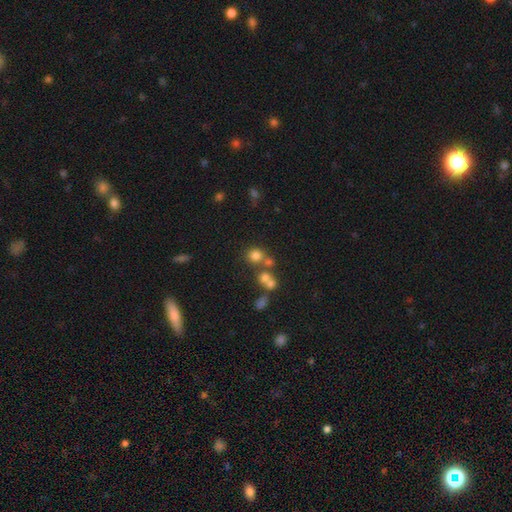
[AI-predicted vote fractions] Q: Smooth or featured?
A: smooth (70%); runner-up: star or artifact (17%)
Q: How rounded?
A: round (85%); runner-up: in between (14%)
Q: Merging?
A: none (57%); runner-up: merger (30%)